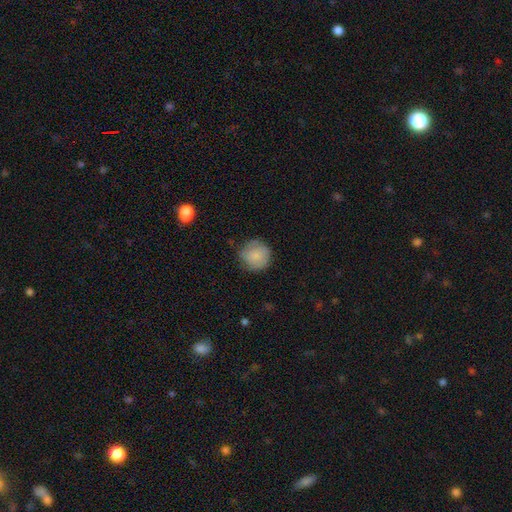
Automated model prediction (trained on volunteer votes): smooth 80%, featured or disk 12%, star or artifact 7%. Down the decision tree: how rounded — round (93%); merging — none (75%).